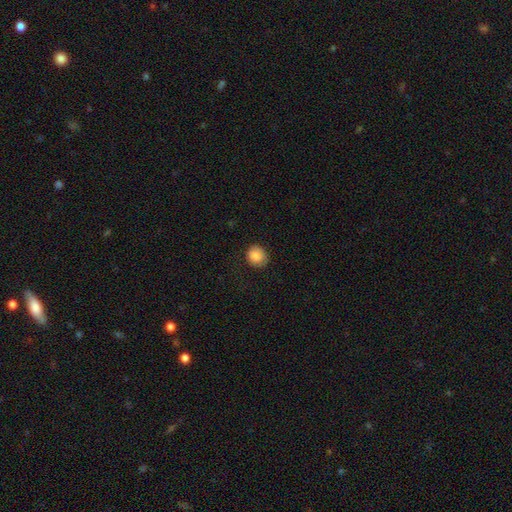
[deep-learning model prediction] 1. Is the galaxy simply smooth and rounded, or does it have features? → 84% smooth, 9% star or artifact, 7% featured or disk.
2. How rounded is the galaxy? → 77% round, 22% in between, 1% cigar-shaped.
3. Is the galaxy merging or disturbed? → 81% none, 14% minor disturbance, 3% major disturbance, 1% merger.